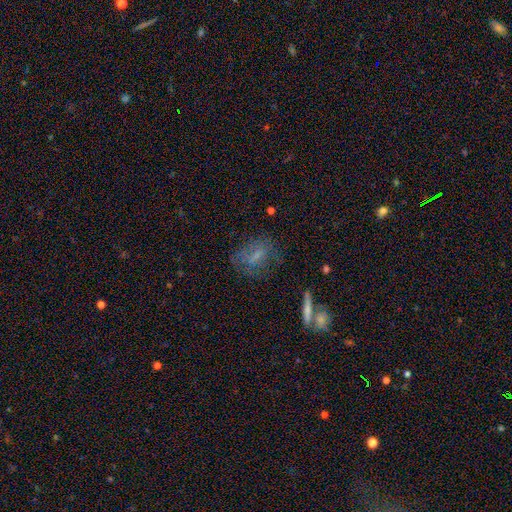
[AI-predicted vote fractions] Smooth or featured?
  - smooth: 51% *
  - featured or disk: 33%
  - star or artifact: 16%
How rounded?
  - in between: 66% *
  - round: 22%
  - cigar-shaped: 12%
Merging?
  - none: 59% *
  - minor disturbance: 21%
  - major disturbance: 17%
  - merger: 3%